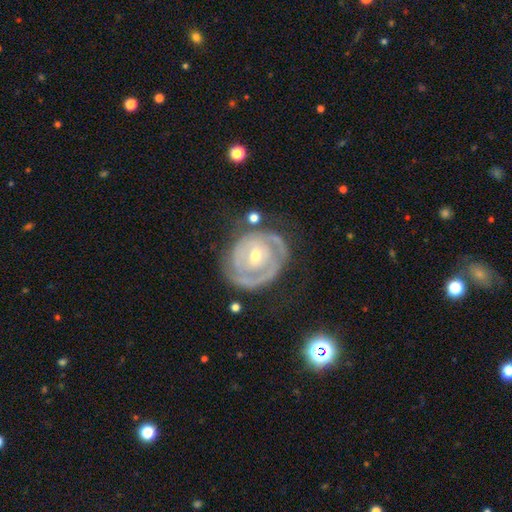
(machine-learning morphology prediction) smooth-or-featured: featured or disk: 83% | smooth: 12% | star or artifact: 5%
  disk-edge-on: no: 97% | yes: 3%
    bar: no: 51% | weak: 38% | strong: 11%
    has-spiral-arms: yes: 82% | no: 18%
      spiral-winding: tight: 74% | medium: 20% | loose: 7%
      spiral-arm-count: 2: 34% | can't tell: 33% | 1: 16% | 3: 10% | 4: 3% | more than 4: 3%
    bulge-size: moderate: 56% | small: 39% | large: 3% | none: 1% | dominant: 1%
  merging: none: 63% | minor disturbance: 21% | major disturbance: 12% | merger: 4%